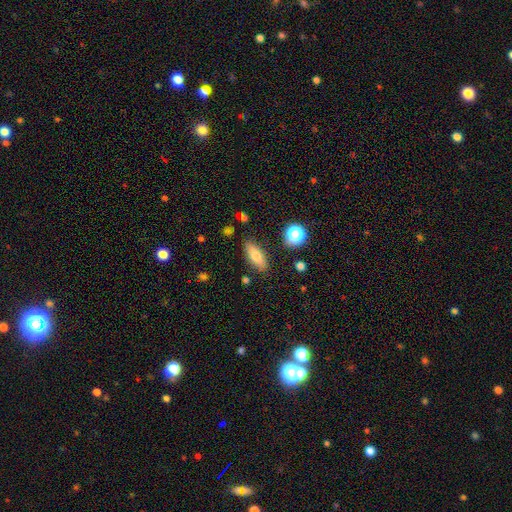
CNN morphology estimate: Overall: smooth (69%). How rounded: in between (70%). Merging: none (83%).